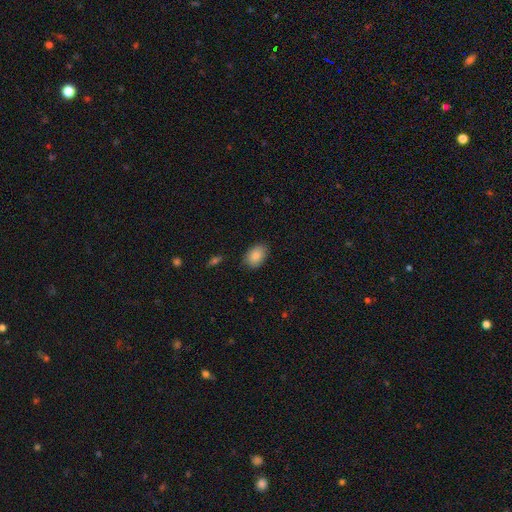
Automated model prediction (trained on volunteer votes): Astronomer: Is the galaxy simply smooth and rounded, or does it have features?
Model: smooth — 87%.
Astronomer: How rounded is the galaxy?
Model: in between — 82%.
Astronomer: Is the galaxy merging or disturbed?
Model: none — 84%.